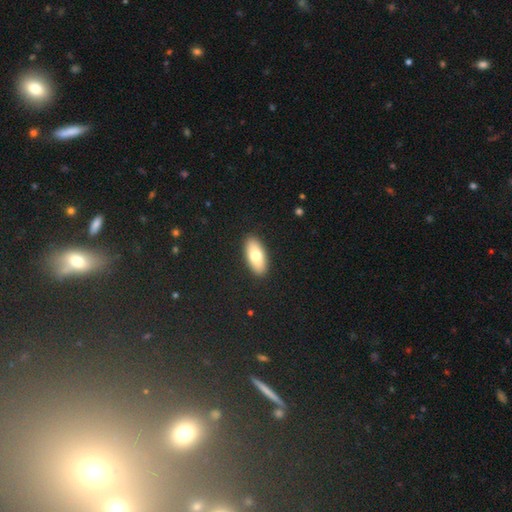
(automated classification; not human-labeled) This is likely a smooth galaxy (73%). How rounded: clearly in between (87%). Merging: clearly none (91%).